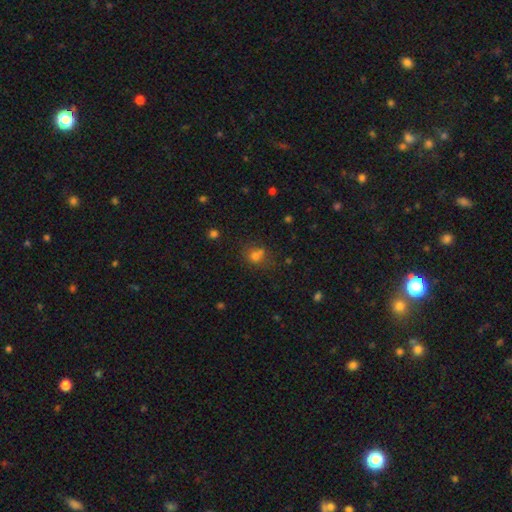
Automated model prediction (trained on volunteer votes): This appears to be a smooth galaxy with no disk features (69%) that is round (64%). Merging: none (48%).